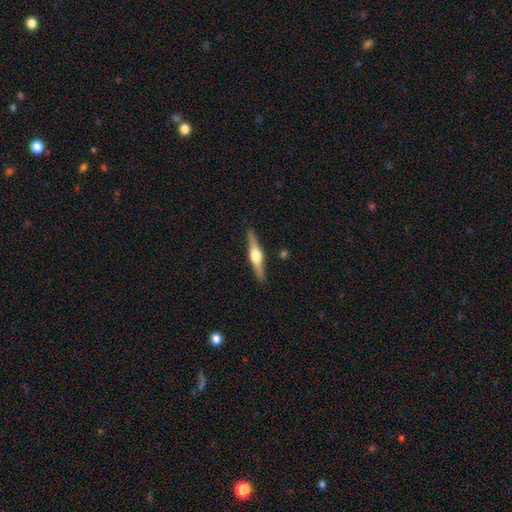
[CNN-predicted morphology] A featured or disk galaxy (76%) viewed edge-on (98%) with a rounded central bulge (95%).

Vote fractions:
- Smooth or featured? featured or disk: 76% / smooth: 19% / star or artifact: 5%
- Edge-on disk? yes: 98% / no: 2%
- Edge-on bulge? rounded: 95% / boxy: 4% / none: 2%
- Merging? none: 90% / minor disturbance: 7% / major disturbance: 1% / merger: 1%